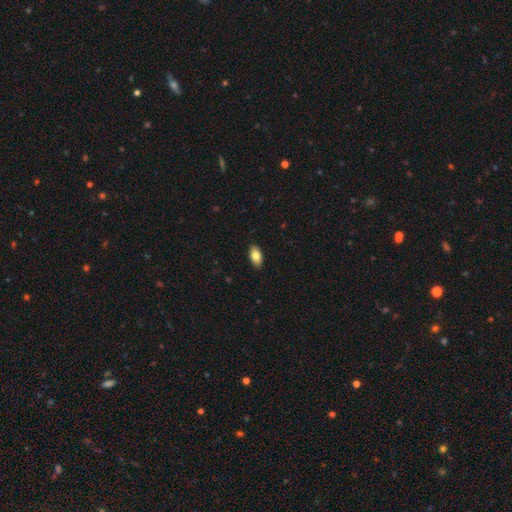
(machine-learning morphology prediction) smooth_or_featured: smooth (p=0.82) [alt: featured or disk p=0.11]
how_rounded: in between (p=0.92) [alt: cigar-shaped p=0.04]
merging: none (p=0.90) [alt: minor disturbance p=0.08]